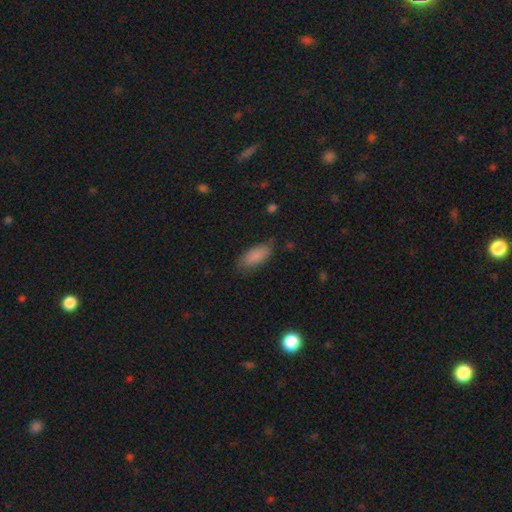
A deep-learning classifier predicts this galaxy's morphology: This is clearly a smooth galaxy (87%). How rounded: clearly in between (84%). Merging: likely none (76%).